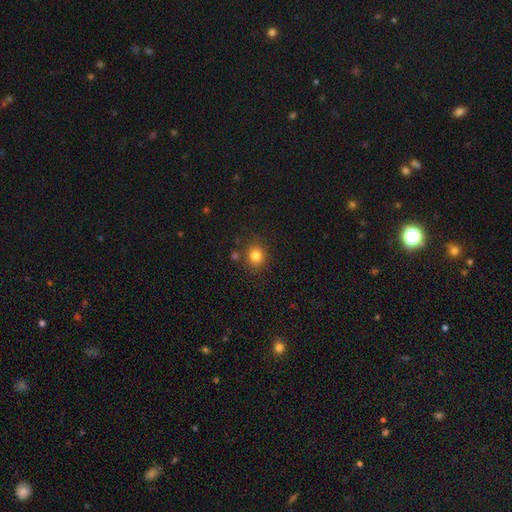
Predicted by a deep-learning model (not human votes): This appears to be a smooth galaxy with no disk features (82%) that is round (79%). Merging: none (82%).